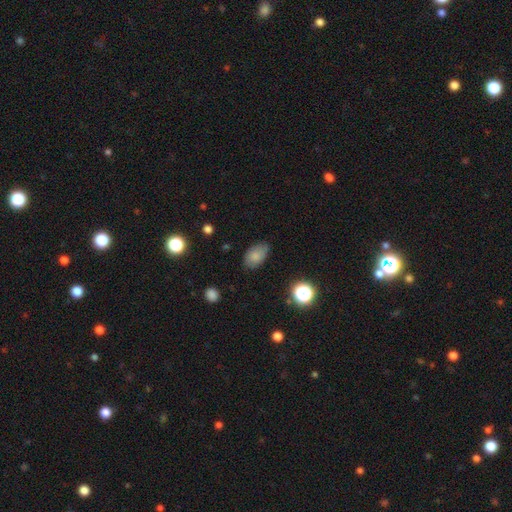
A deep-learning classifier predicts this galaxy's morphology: Overall: smooth (80%). How rounded: in between (89%). Merging: none (75%).